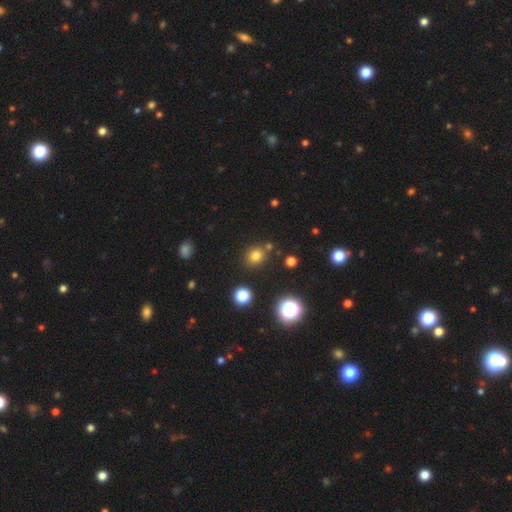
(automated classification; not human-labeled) Smooth or featured?
  - smooth: 75% *
  - star or artifact: 19%
  - featured or disk: 6%
How rounded?
  - round: 80% *
  - in between: 19%
  - cigar-shaped: 1%
Merging?
  - none: 81% *
  - minor disturbance: 9%
  - merger: 7%
  - major disturbance: 3%